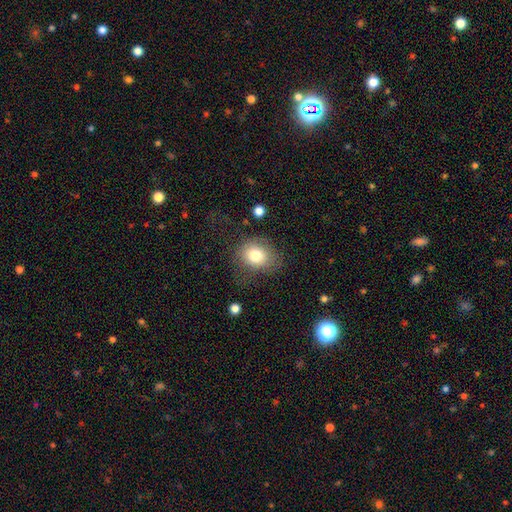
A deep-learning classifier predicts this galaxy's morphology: Overall: smooth (77%). How rounded: round (56%; in between 43%). Merging: none (62%).